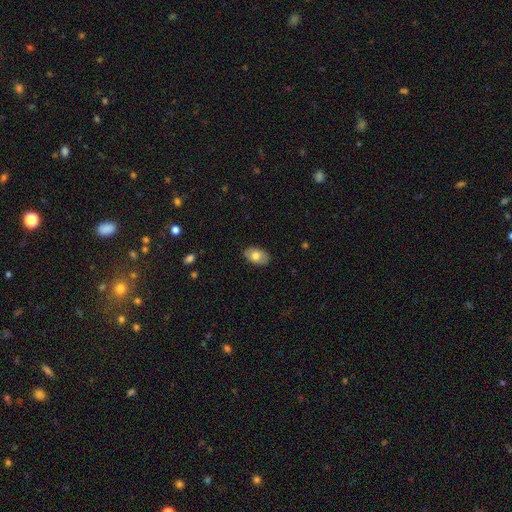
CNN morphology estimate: This appears to be a smooth galaxy with no disk features (74%) that is in between round and cigar-shaped (91%). Merging: none (85%).